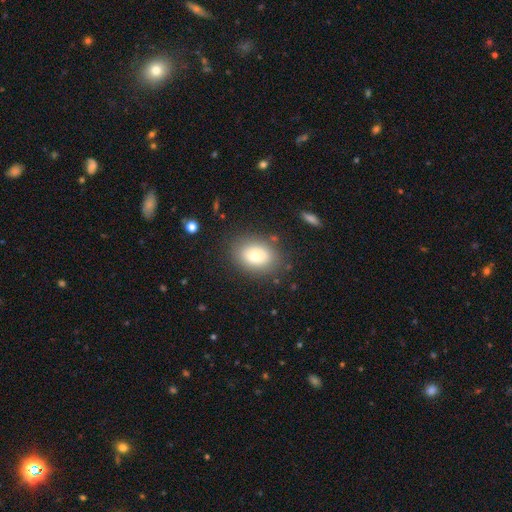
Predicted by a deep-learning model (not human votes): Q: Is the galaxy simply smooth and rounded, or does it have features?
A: smooth — 75%.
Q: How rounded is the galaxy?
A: in between — 69%.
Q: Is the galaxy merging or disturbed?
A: none — 81%.